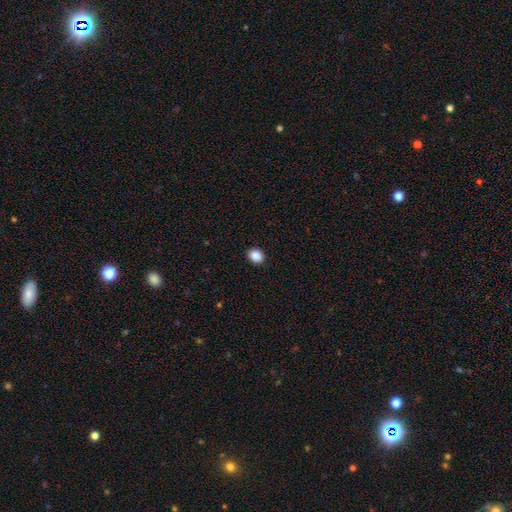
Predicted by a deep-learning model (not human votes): smooth 88%, star or artifact 9%, featured or disk 3%. Down the decision tree: how rounded — in between (51%); merging — none (91%).